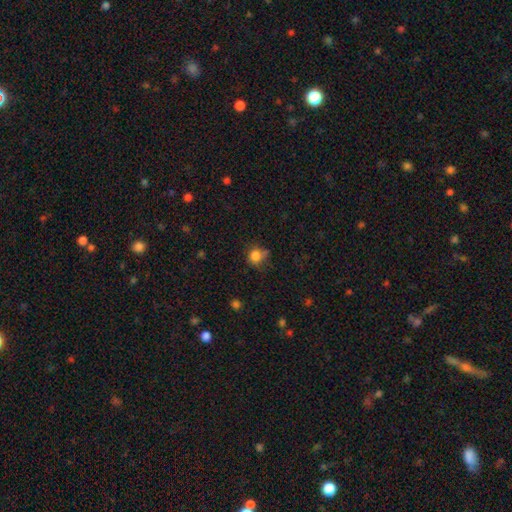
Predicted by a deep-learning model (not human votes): Q: Smooth or featured?
A: smooth (81%); runner-up: star or artifact (12%)
Q: How rounded?
A: round (79%); runner-up: in between (20%)
Q: Merging?
A: none (57%); runner-up: minor disturbance (26%)